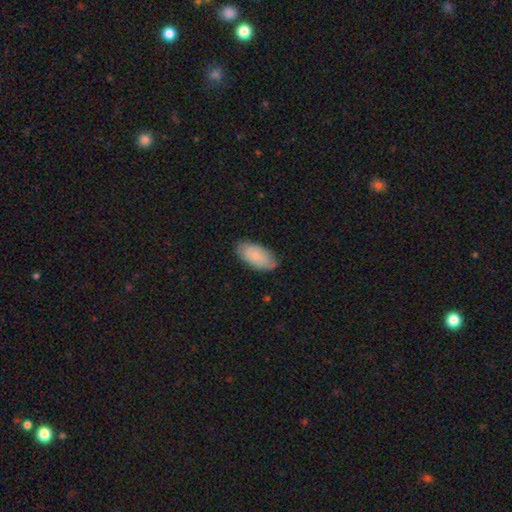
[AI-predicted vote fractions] Smooth or featured: smooth — 77% (featured or disk — 17%)
How rounded: in between — 94% (cigar-shaped — 4%)
Merging: none — 79% (minor disturbance — 17%)